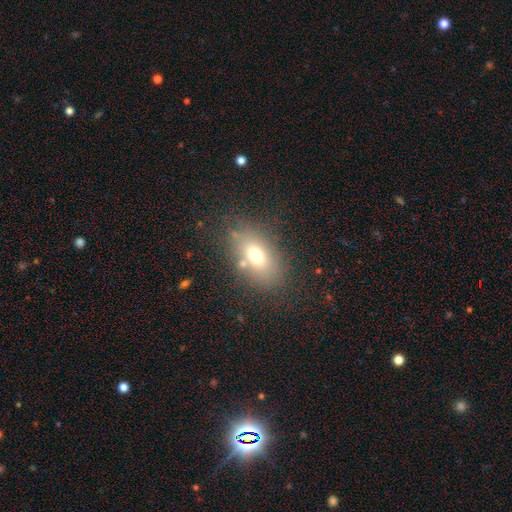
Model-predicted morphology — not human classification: Q: Smooth or featured?
A: smooth (68%); runner-up: featured or disk (19%)
Q: How rounded?
A: in between (82%); runner-up: round (14%)
Q: Merging?
A: none (74%); runner-up: minor disturbance (13%)